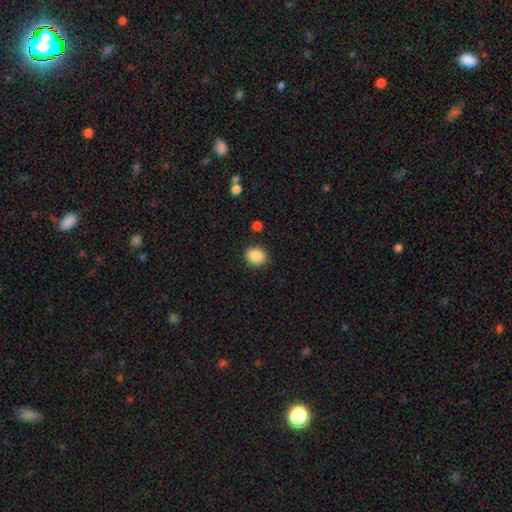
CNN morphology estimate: type=smooth (88%); roundness=round (69%); merging=none (88%).